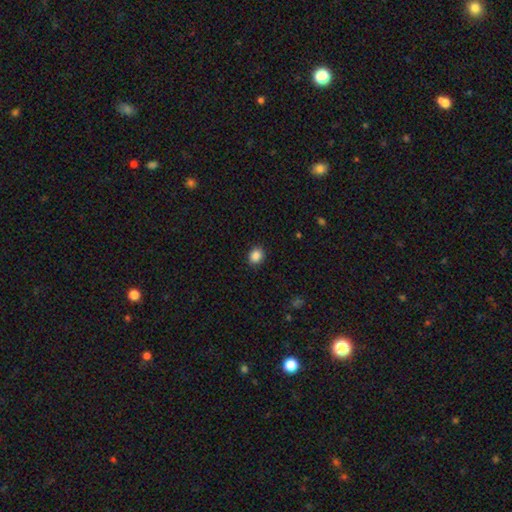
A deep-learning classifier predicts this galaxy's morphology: Smooth or featured? smooth (88%)
How rounded? round (63%)
Merging? none (88%)